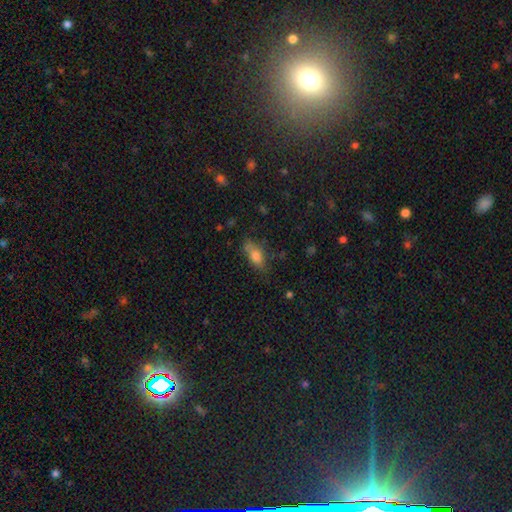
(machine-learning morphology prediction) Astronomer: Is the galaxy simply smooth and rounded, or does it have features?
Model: smooth — 74%.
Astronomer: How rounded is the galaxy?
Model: in between — 78%.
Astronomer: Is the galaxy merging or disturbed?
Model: none — 61%.